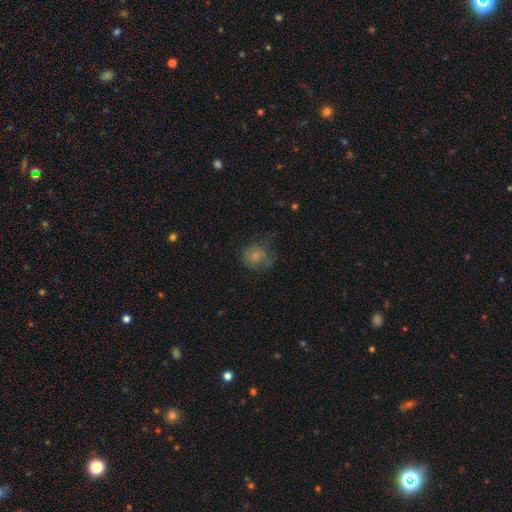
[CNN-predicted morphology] The model was most divided on "merging": none: 49%, minor disturbance: 26%, major disturbance: 23%, merger: 2%. More confident: how rounded — round (75%); smooth or featured — smooth (68%).